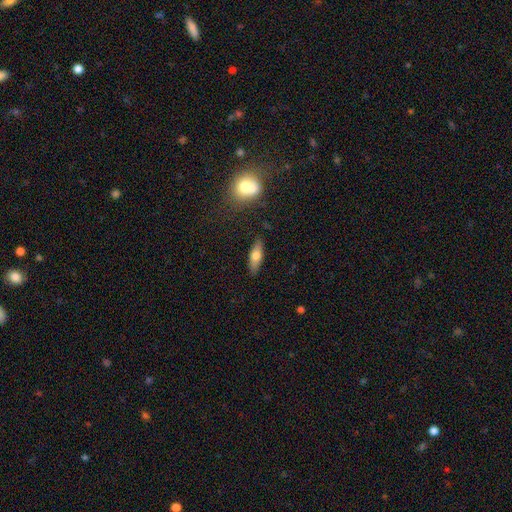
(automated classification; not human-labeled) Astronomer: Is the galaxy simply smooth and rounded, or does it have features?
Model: smooth — 62%.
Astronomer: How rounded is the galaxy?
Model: in between — 51% (runner-up: cigar-shaped, 46%).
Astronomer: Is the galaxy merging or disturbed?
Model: none — 85%.